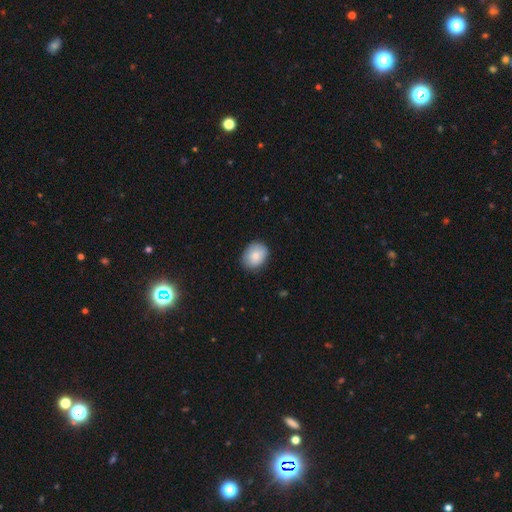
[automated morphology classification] Smooth or featured: smooth — 83% (featured or disk — 10%)
How rounded: round — 51% (in between — 49%)
Merging: none — 81% (minor disturbance — 15%)